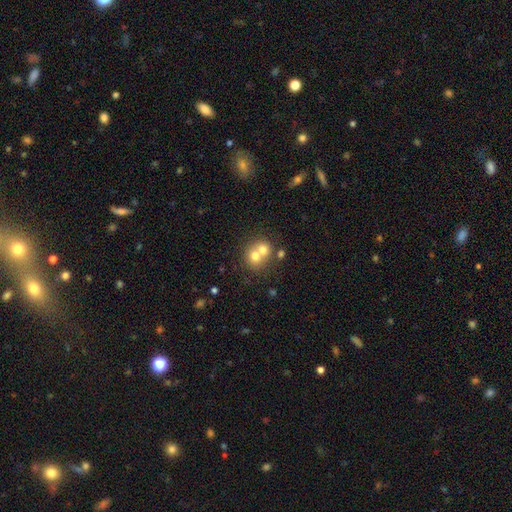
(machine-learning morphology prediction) smooth_or_featured: smooth (p=0.68) [alt: featured or disk p=0.21]
how_rounded: round (p=0.79) [alt: in between p=0.21]
merging: merger (p=0.64) [alt: none p=0.29]